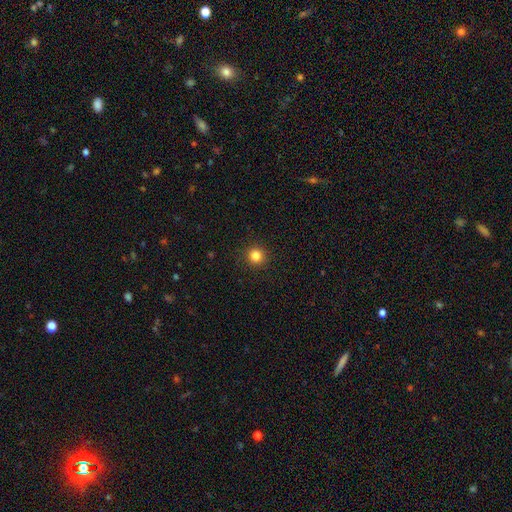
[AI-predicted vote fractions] A smooth galaxy with no disk features (83%) that is round (94%). Merging: none (93%).